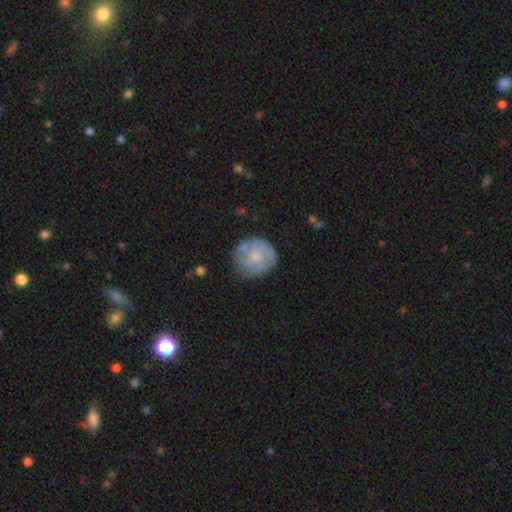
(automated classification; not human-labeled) featured or disk 51%, smooth 42%, star or artifact 7%. Down the decision tree: edge-on disk — no (98%); merging — none (68%).